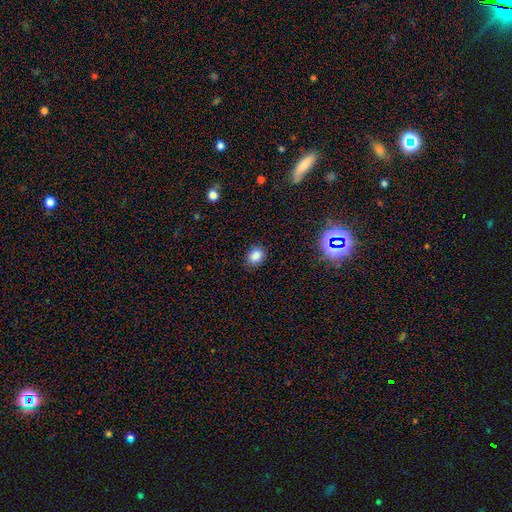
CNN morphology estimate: The model was most divided on "how rounded": round: 55%, in between: 44%, cigar-shaped: 1%. More confident: merging — none (86%); smooth or featured — smooth (83%).